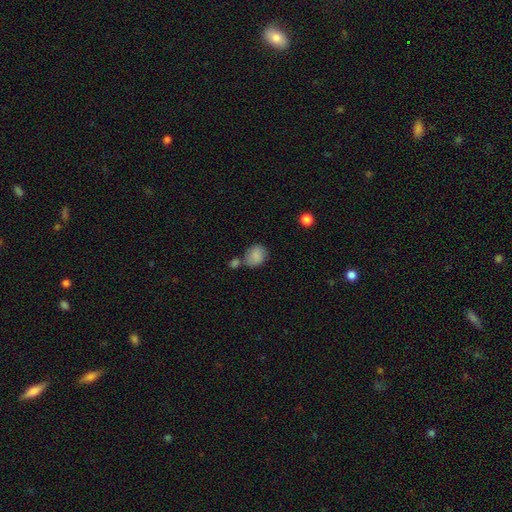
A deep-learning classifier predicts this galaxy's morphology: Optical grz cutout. It shows a smooth galaxy with no disk features (83%) that is round (61%). Merging: none (54%).